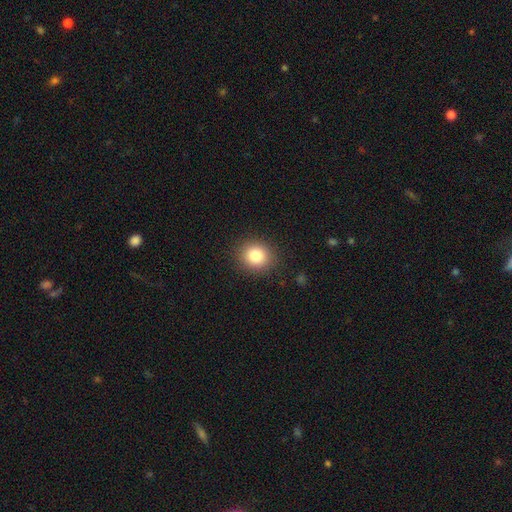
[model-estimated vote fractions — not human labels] A smooth galaxy with no disk features (83%) that is round (79%). Merging: none (89%).